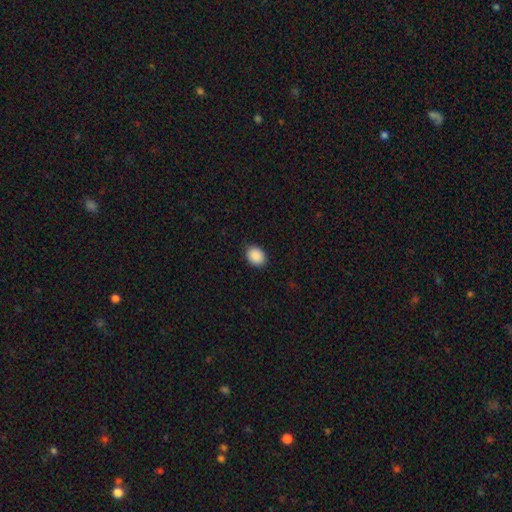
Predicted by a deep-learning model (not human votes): Q: Smooth or featured?
A: smooth (90%); runner-up: star or artifact (7%)
Q: How rounded?
A: in between (60%); runner-up: round (39%)
Q: Merging?
A: none (89%); runner-up: minor disturbance (8%)